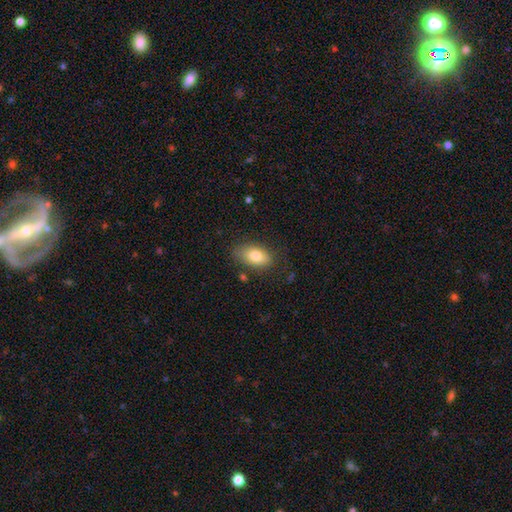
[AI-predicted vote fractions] The model was most divided on "merging": none: 77%, minor disturbance: 17%, major disturbance: 4%, merger: 2%. More confident: how rounded — in between (90%); smooth or featured — smooth (79%).